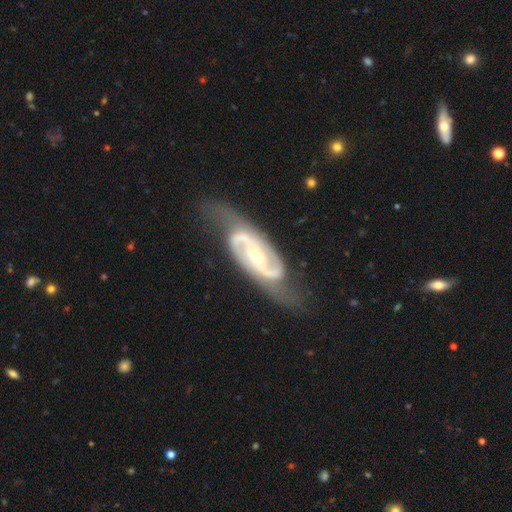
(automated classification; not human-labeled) This is clearly a featured or disk galaxy (90%). It is clearly not viewed edge-on (95%). Bar: marginally weak (35%, tied with no). Spiral arm pattern: clearly yes (97%). Spiral arm count: clearly 2 (91%). Spiral winding: possibly medium (52%). Central bulge: possibly small (57%). Merging: likely none (69%).